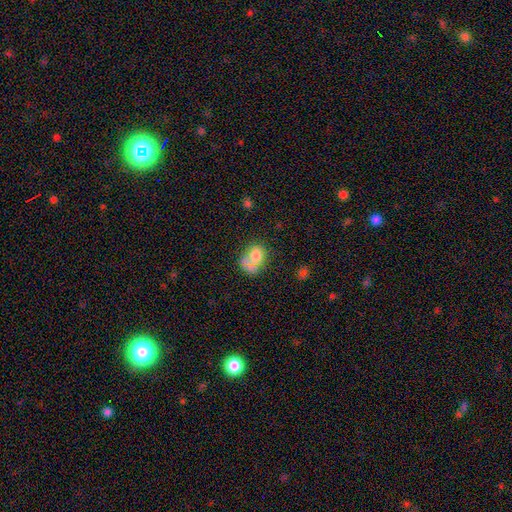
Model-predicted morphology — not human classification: Smooth or featured? smooth (71%)
How rounded? in between (59%)
Merging? none (33%)